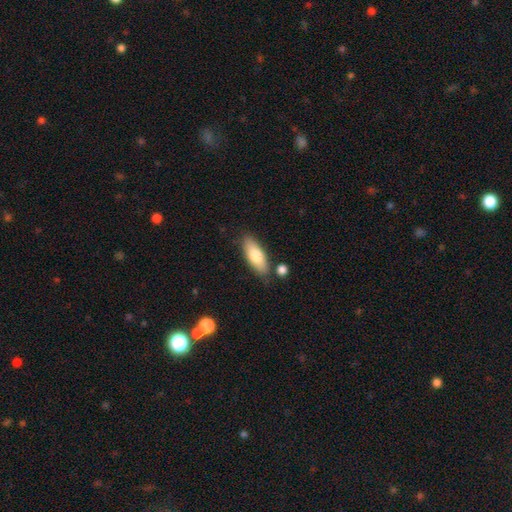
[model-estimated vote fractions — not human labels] smooth 74%, featured or disk 20%, star or artifact 6%. Down the decision tree: how rounded — in between (72%); merging — none (78%).